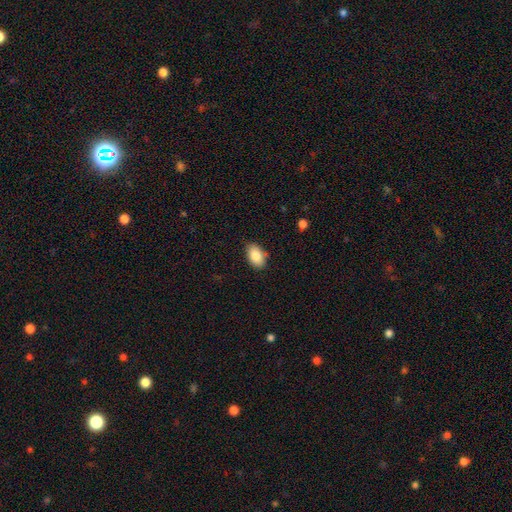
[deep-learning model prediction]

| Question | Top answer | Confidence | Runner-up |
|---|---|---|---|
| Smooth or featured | smooth | 85% | featured or disk (8%) |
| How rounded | in between | 91% | round (7%) |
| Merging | none | 84% | minor disturbance (12%) |